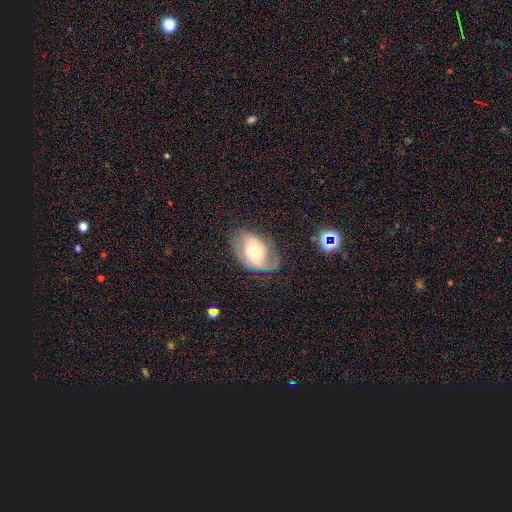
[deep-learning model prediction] A featured or disk galaxy (74%) with no bar (59%), 2 (69%) medium (46%) spiral arms (90%) and a moderate central bulge (55%).

Vote fractions:
- Smooth or featured? featured or disk: 74% / smooth: 19% / star or artifact: 7%
- Edge-on disk? no: 96% / yes: 4%
- Bar? no: 59% / weak: 32% / strong: 10%
- Spiral arms? yes: 90% / no: 10%
- Spiral winding? medium: 46% / loose: 29% / tight: 25%
- Spiral arm count? 2: 69% / 1: 17% / can't tell: 9% / 3: 2% / 4: 1% / more than 4: 1%
- Bulge size? moderate: 55% / small: 25% / large: 16% / dominant: 2% / none: 2%
- Merging? none: 61% / minor disturbance: 22% / major disturbance: 15% / merger: 2%